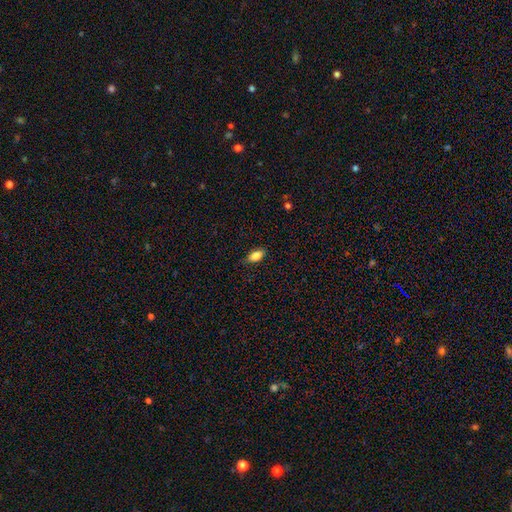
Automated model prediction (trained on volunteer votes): Smooth or featured: smooth — 84% (featured or disk — 8%)
How rounded: in between — 88% (cigar-shaped — 7%)
Merging: none — 84% (minor disturbance — 13%)